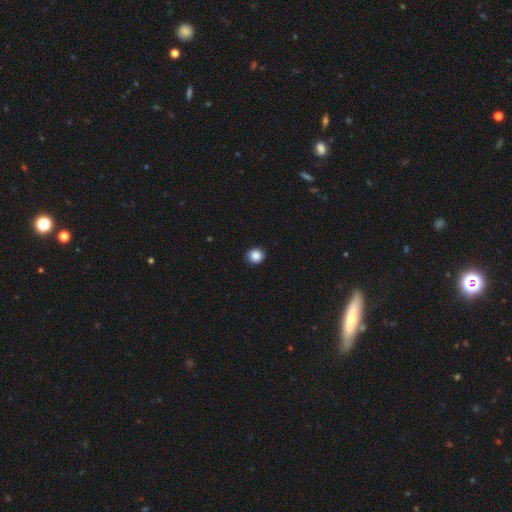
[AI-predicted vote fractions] This appears to be a smooth galaxy with no disk features (87%) that is round (87%). Merging: none (90%).